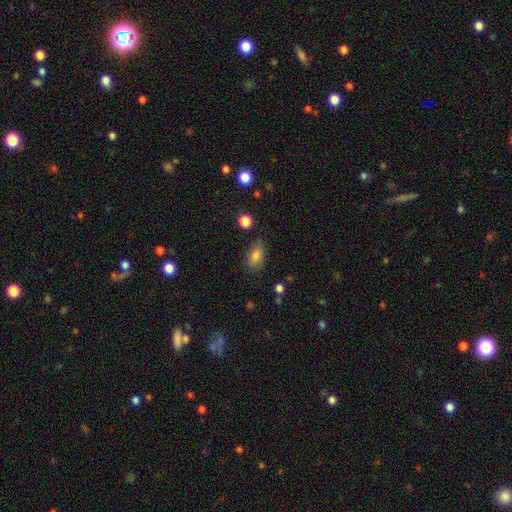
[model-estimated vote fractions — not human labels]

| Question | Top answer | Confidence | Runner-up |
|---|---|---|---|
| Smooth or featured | smooth | 81% | star or artifact (10%) |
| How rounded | in between | 87% | round (9%) |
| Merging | none | 77% | minor disturbance (17%) |